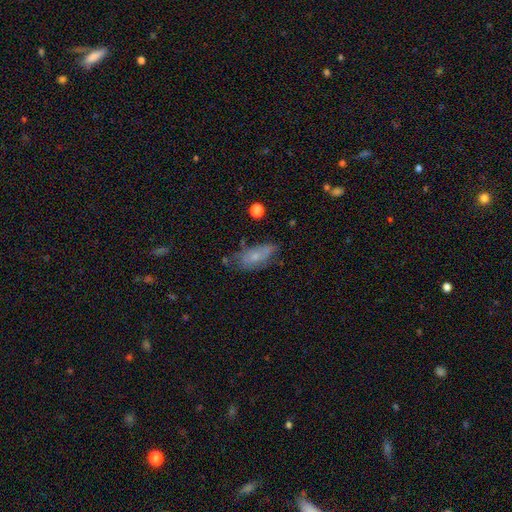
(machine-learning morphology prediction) smooth-or-featured: smooth: 60% | featured or disk: 31% | star or artifact: 9%
  how-rounded: in between: 80% | cigar-shaped: 17% | round: 3%
  merging: none: 55% | minor disturbance: 29% | major disturbance: 10% | merger: 5%